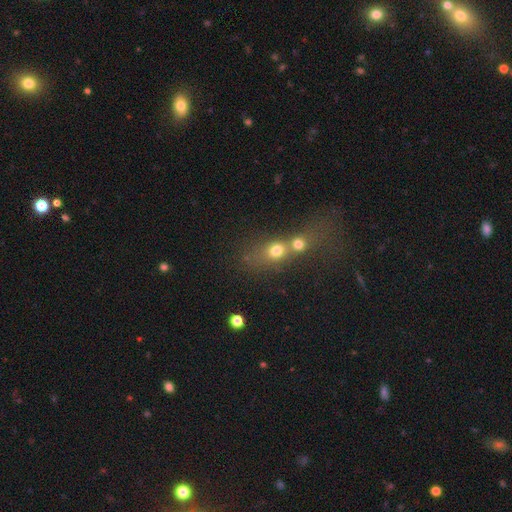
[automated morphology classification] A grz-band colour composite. It shows a smooth galaxy with no disk features (51%) that is round (55%). Merging: merger (74%).